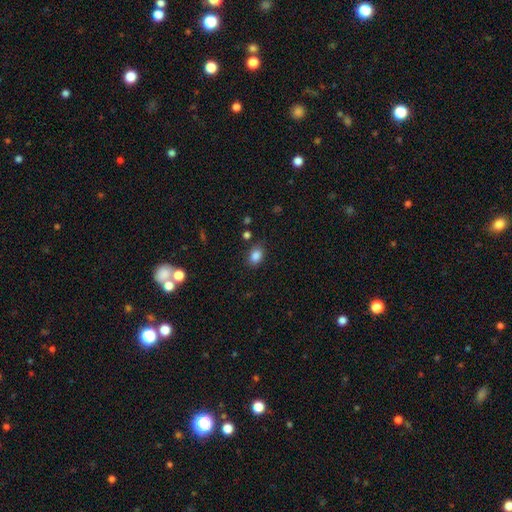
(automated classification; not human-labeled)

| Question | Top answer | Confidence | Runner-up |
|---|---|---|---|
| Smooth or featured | smooth | 86% | star or artifact (10%) |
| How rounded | in between | 75% | round (24%) |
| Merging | none | 81% | minor disturbance (13%) |